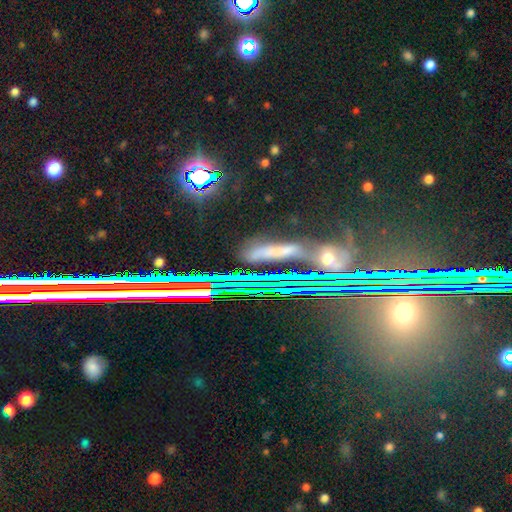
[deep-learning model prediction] Smooth or featured? Predicted: star or artifact (p=0.74).